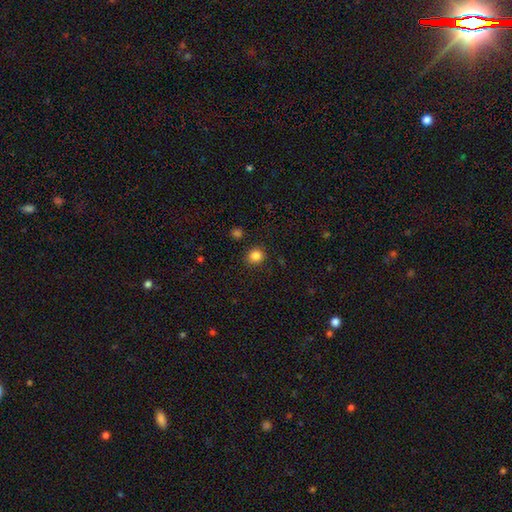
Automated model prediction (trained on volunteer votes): smooth 84%, star or artifact 11%, featured or disk 4%. Down the decision tree: how rounded — round (82%); merging — none (88%).